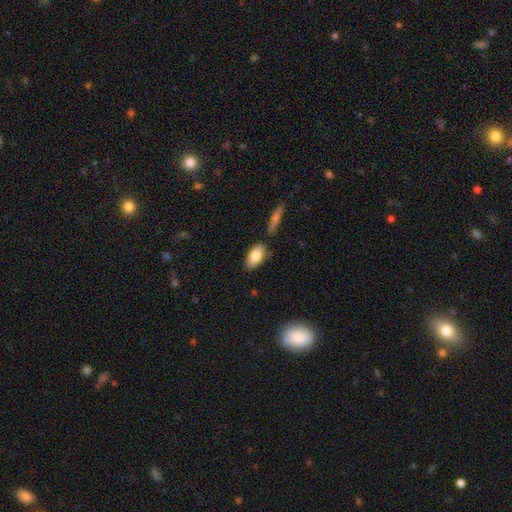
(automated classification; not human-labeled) A smooth galaxy with no disk features (82%) that is in between round and cigar-shaped (92%). Merging: none (79%).